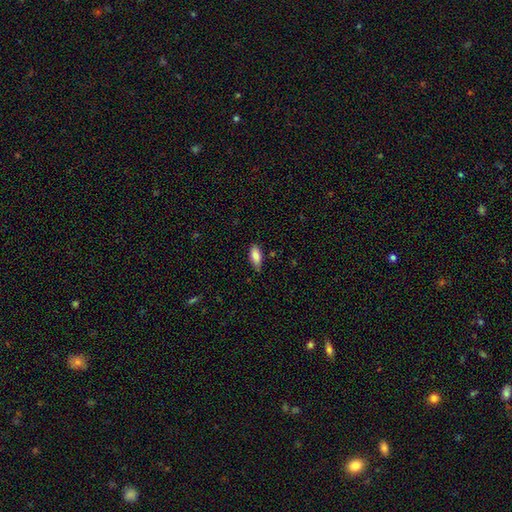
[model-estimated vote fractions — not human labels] Smooth or featured: smooth — 84% (featured or disk — 9%)
How rounded: in between — 84% (cigar-shaped — 13%)
Merging: none — 75% (minor disturbance — 20%)